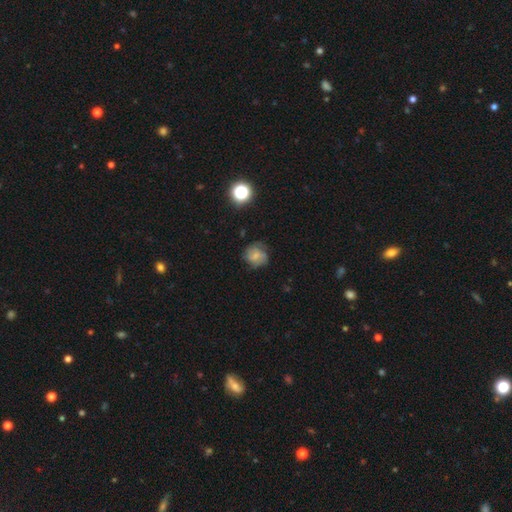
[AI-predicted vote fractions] This appears to be a smooth galaxy with no disk features (56%) that is round (80%). Merging: none (64%).